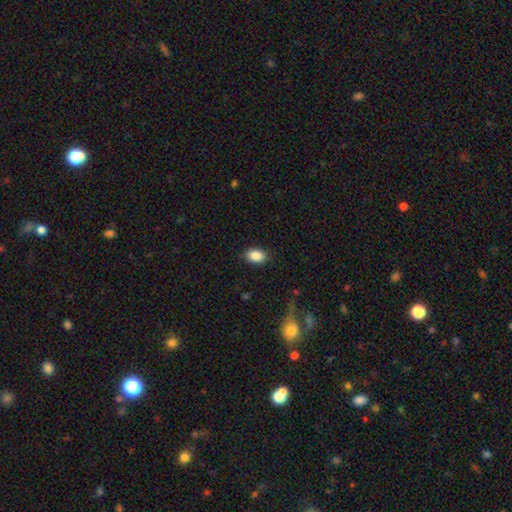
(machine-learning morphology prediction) The model was most divided on "how rounded": in between: 86%, round: 13%, cigar-shaped: 1%. More confident: smooth or featured — smooth (88%); merging — none (87%).